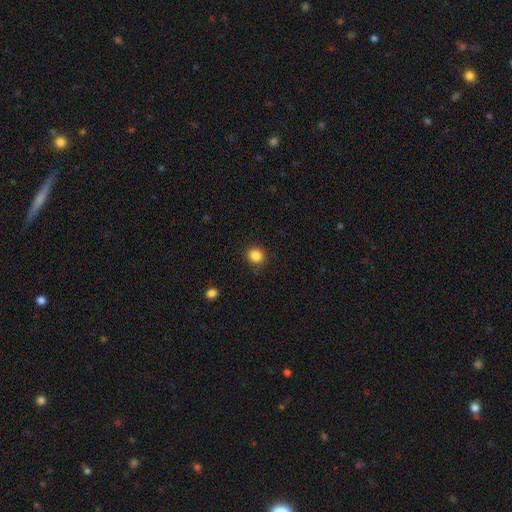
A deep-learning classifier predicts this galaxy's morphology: Overall: smooth (85%). How rounded: round (87%). Merging: none (88%).